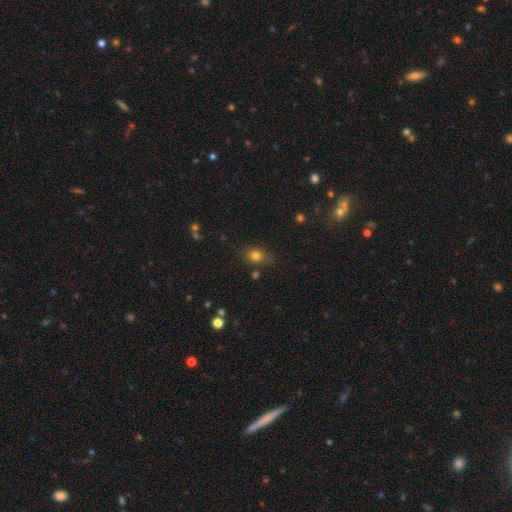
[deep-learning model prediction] A smooth galaxy with no disk features (78%) that is round (50%). Merging: none (76%).